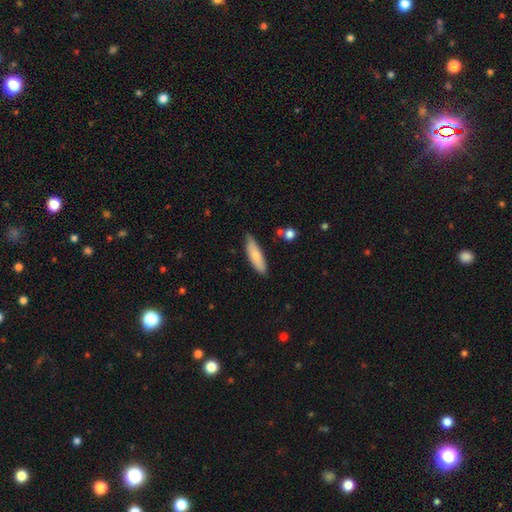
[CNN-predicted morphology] Smooth or featured: smooth — 79% (featured or disk — 15%)
How rounded: cigar-shaped — 59% (in between — 39%)
Merging: none — 76% (minor disturbance — 19%)